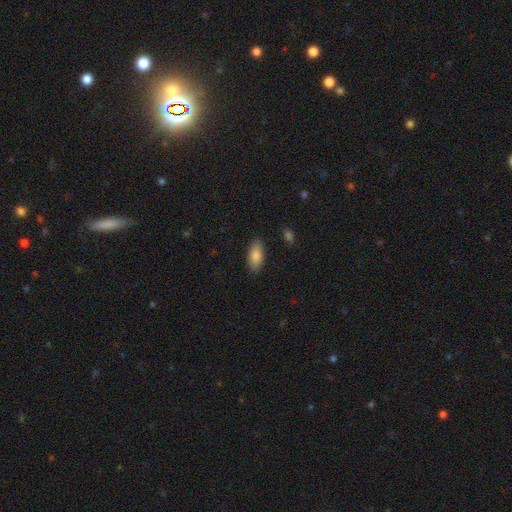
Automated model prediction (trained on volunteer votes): A smooth galaxy with no disk features (85%) that is in between round and cigar-shaped (88%).

Vote fractions:
- Smooth or featured? smooth: 85% / featured or disk: 8% / star or artifact: 7%
- How rounded? in between: 88% / cigar-shaped: 10% / round: 2%
- Merging? none: 87% / minor disturbance: 9% / major disturbance: 2% / merger: 1%